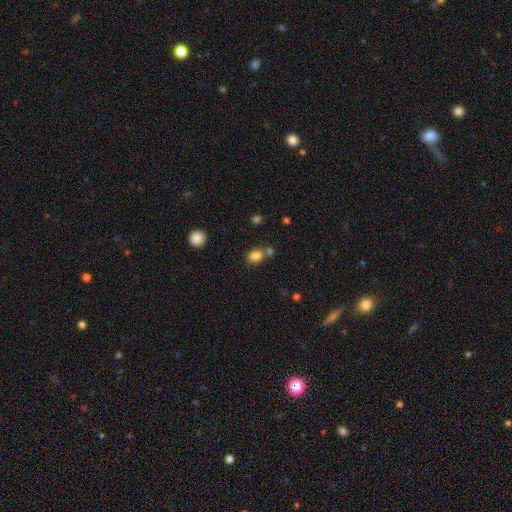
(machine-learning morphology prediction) smooth_or_featured: smooth (p=0.83) [alt: star or artifact p=0.11]
how_rounded: in between (p=0.54) [alt: round p=0.45]
merging: none (p=0.58) [alt: merger p=0.26]